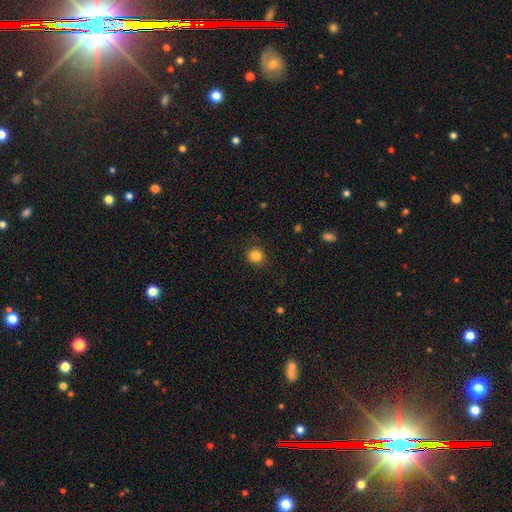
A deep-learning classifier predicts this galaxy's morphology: type=smooth (84%); roundness=round (89%); merging=none (89%).